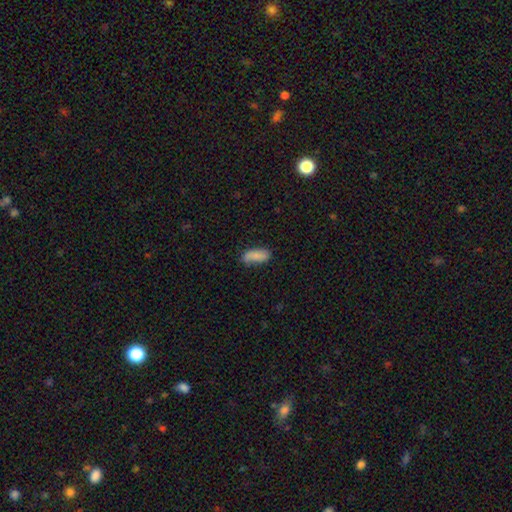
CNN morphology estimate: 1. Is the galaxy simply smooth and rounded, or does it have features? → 81% smooth, 12% featured or disk, 7% star or artifact.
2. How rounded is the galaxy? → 81% in between, 17% cigar-shaped, 2% round.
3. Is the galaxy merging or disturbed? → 67% none, 25% minor disturbance, 6% major disturbance, 3% merger.